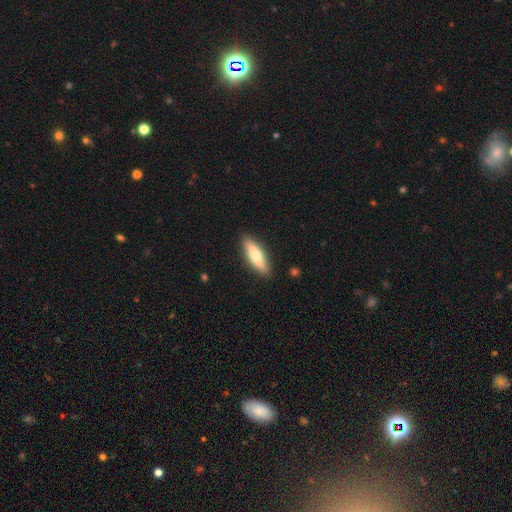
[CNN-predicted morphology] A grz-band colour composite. It shows a smooth galaxy with no disk features (66%) that is cigar-shaped (54%). Merging: none (87%).